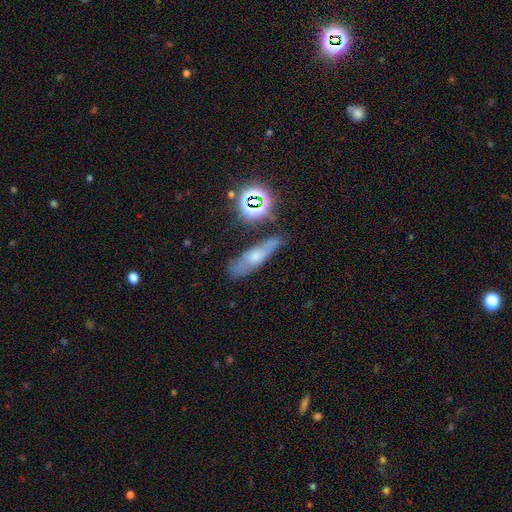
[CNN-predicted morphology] Smooth or featured? Predicted: smooth (p=0.42). Merging? Predicted: none (p=0.70).